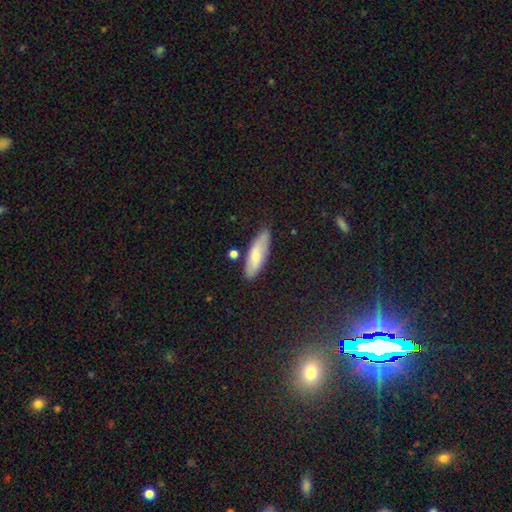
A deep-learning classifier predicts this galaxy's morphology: Overall: smooth (66%). How rounded: in between (50%; cigar-shaped 47%). Merging: none (79%).